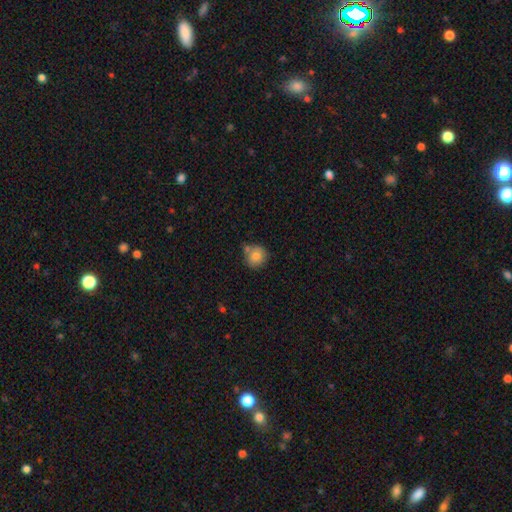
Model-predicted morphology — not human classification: smooth-or-featured: smooth: 80% | featured or disk: 11% | star or artifact: 9%
  how-rounded: round: 87% | in between: 12% | cigar-shaped: 1%
  merging: none: 58% | merger: 20% | minor disturbance: 18% | major disturbance: 4%